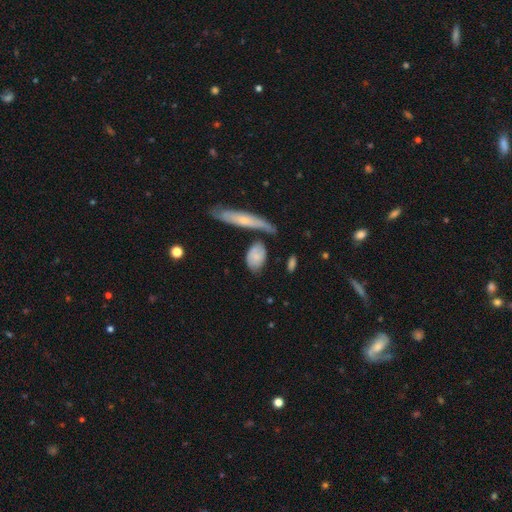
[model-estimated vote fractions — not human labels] smooth-or-featured: smooth: 66% | featured or disk: 27% | star or artifact: 7%
  how-rounded: in between: 84% | round: 8% | cigar-shaped: 8%
  merging: none: 58% | minor disturbance: 22% | merger: 12% | major disturbance: 8%